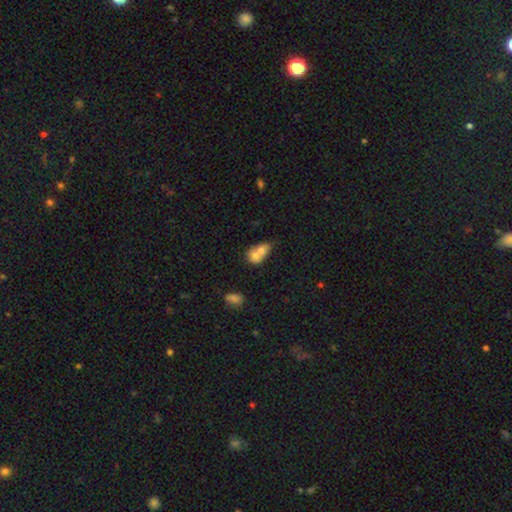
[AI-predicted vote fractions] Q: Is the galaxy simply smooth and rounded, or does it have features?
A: smooth — 67%.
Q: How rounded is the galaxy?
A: in between — 57%.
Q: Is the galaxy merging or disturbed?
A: merger — 73%.